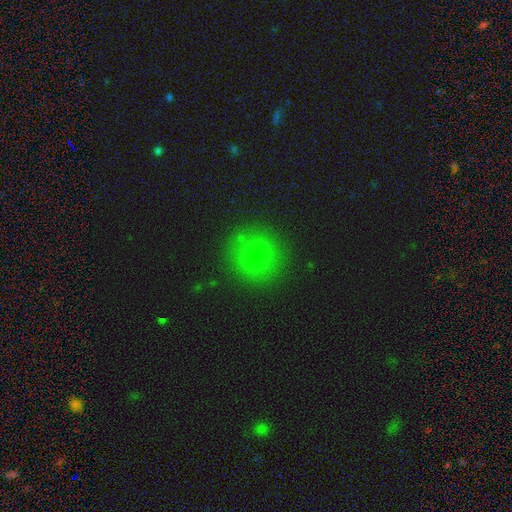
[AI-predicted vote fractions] Smooth or featured? Predicted: smooth (p=0.59). How rounded? Predicted: round (p=0.72). Merging? Predicted: none (p=0.86).